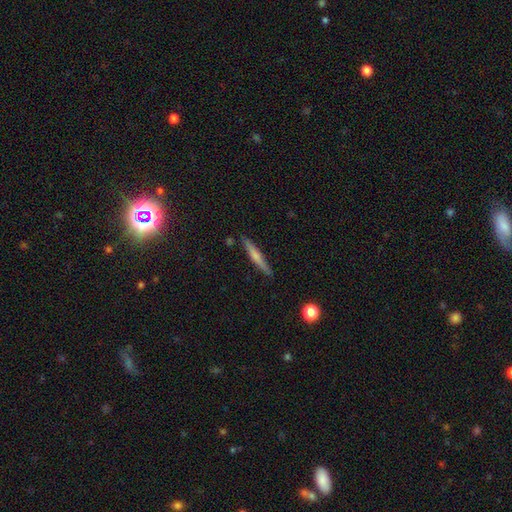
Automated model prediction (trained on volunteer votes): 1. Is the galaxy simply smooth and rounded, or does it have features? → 49% smooth, 44% featured or disk, 7% star or artifact.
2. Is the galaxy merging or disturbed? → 87% none, 9% minor disturbance, 2% merger, 2% major disturbance.